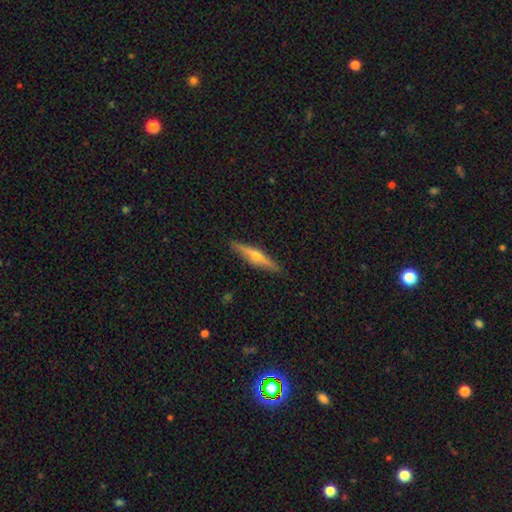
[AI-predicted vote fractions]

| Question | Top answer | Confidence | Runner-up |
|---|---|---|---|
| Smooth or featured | featured or disk | 68% | smooth (26%) |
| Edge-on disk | yes | 97% | no (3%) |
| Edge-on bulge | rounded | 90% | none (6%) |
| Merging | none | 90% | minor disturbance (7%) |